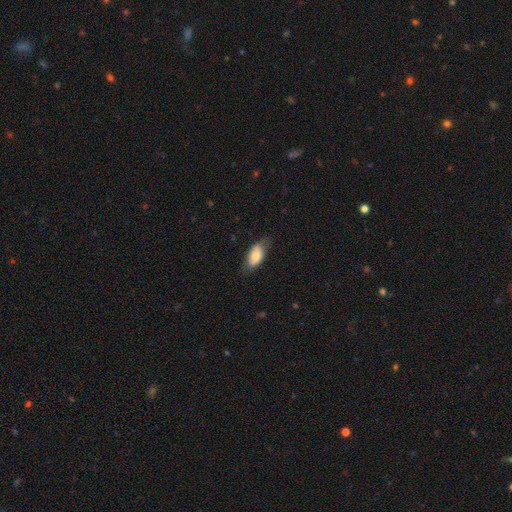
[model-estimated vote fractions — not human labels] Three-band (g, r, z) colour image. It shows a smooth galaxy with no disk features (70%) that is in between round and cigar-shaped (89%). Merging: none (69%).